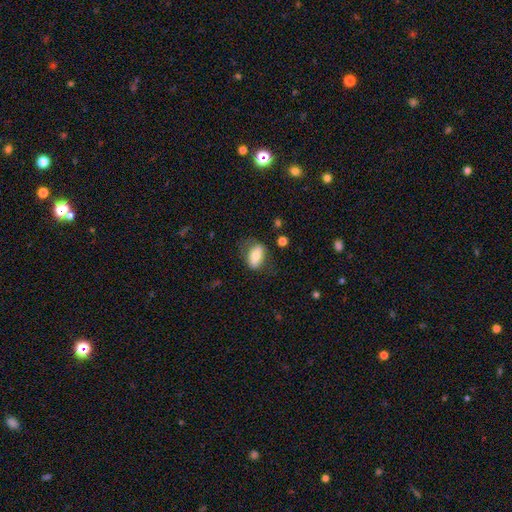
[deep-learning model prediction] Smooth or featured? smooth (70%)
How rounded? in between (88%)
Merging? none (62%)